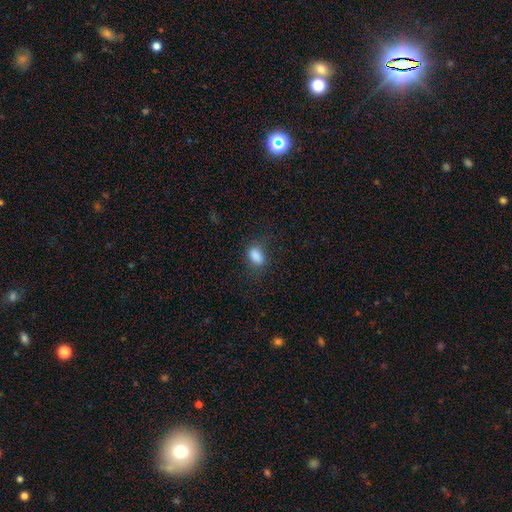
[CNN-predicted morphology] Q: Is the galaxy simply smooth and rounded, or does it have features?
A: smooth — 84%.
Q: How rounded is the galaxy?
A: in between — 83%.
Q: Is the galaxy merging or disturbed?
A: none — 70%.